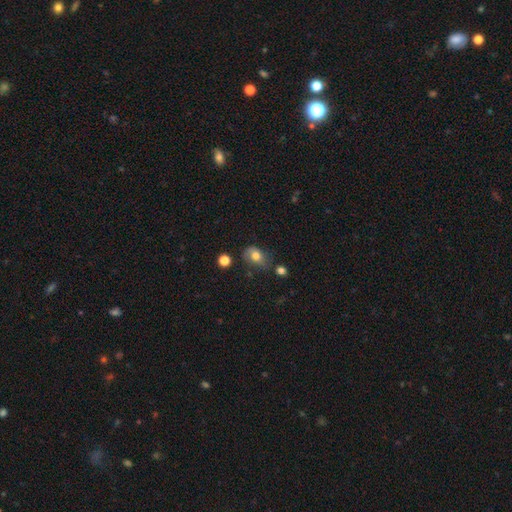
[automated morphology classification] smooth 72%, featured or disk 17%, star or artifact 10%. Down the decision tree: how rounded — in between (71%); merging — none (57%).